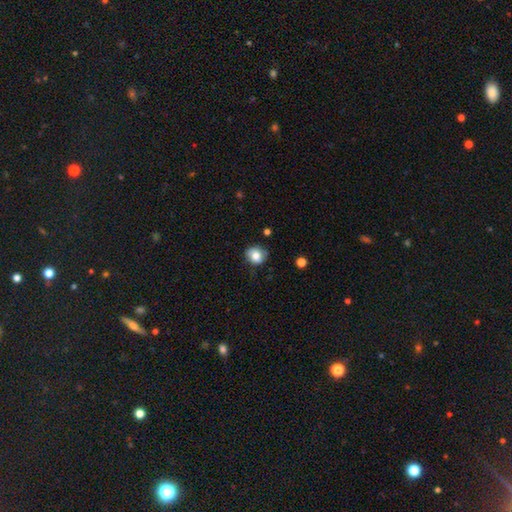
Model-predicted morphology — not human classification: Q: Smooth or featured?
A: smooth (78%); runner-up: featured or disk (12%)
Q: How rounded?
A: round (69%); runner-up: in between (30%)
Q: Merging?
A: none (72%); runner-up: minor disturbance (21%)